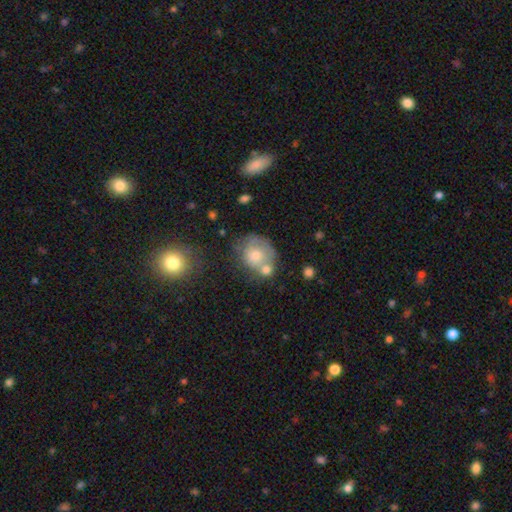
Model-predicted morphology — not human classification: type=smooth (63%); roundness=round (66%); merging=none (37%).